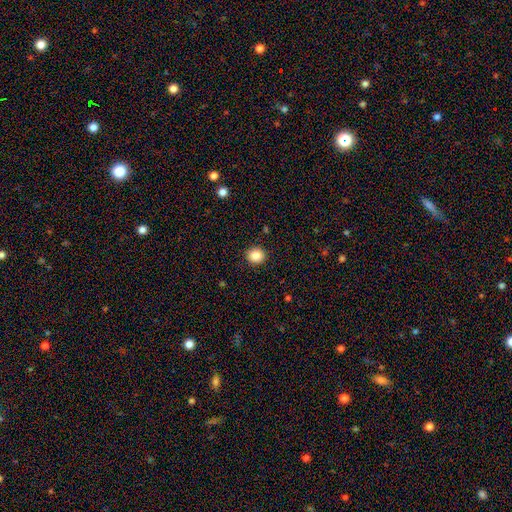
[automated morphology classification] This is clearly a smooth galaxy (86%). How rounded: clearly round (85%). Merging: clearly none (91%).